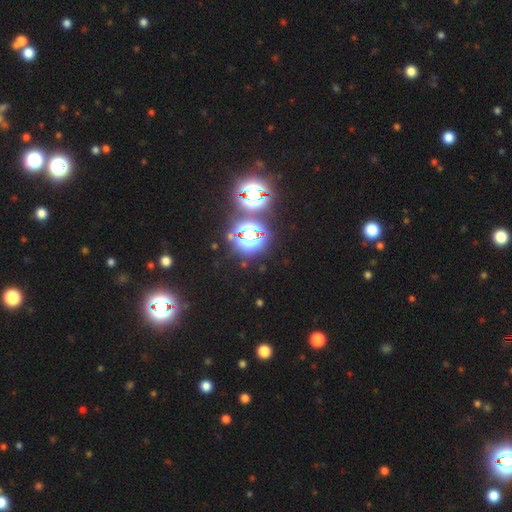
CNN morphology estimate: Smooth or featured?
  - star or artifact: 80% *
  - smooth: 14%
  - featured or disk: 6%